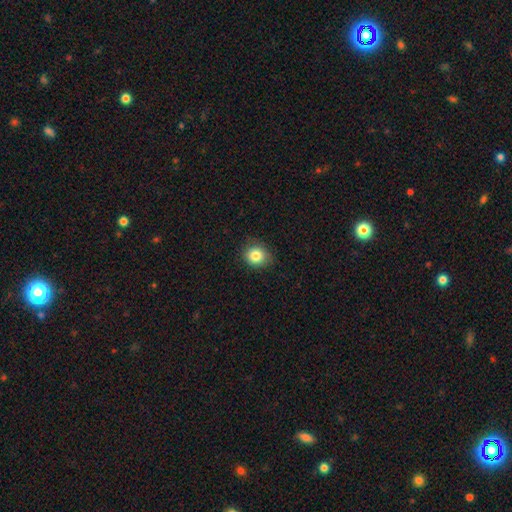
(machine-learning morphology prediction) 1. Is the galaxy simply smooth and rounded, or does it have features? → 83% smooth, 11% star or artifact, 6% featured or disk.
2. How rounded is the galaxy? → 82% round, 17% in between, 1% cigar-shaped.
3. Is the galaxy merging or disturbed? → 84% none, 12% minor disturbance, 3% major disturbance, 1% merger.